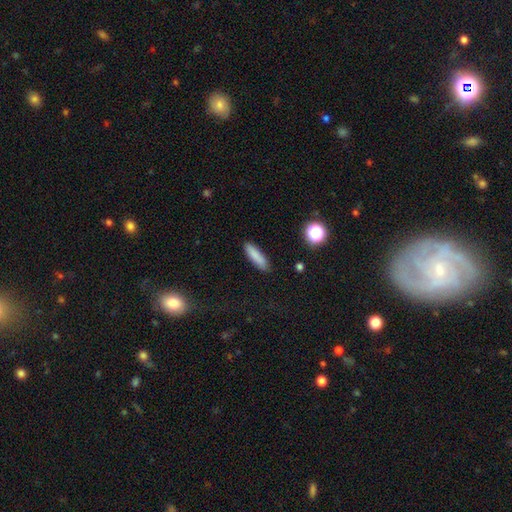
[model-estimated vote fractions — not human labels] smooth 85%, star or artifact 8%, featured or disk 7%. Down the decision tree: how rounded — cigar-shaped (68%); merging — none (88%).